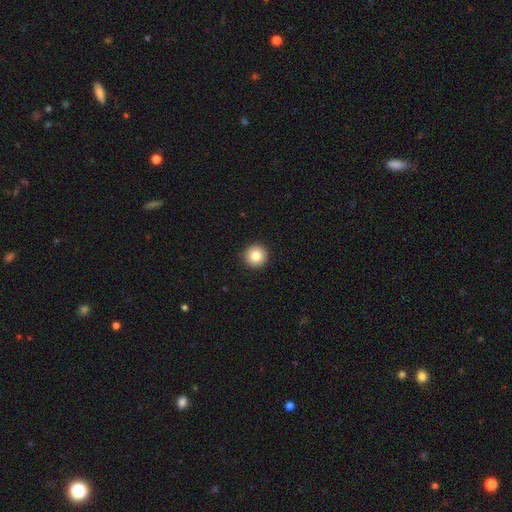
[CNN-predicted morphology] smooth_or_featured: smooth (p=0.85) [alt: star or artifact p=0.09]
how_rounded: round (p=0.96) [alt: in between p=0.03]
merging: none (p=0.93) [alt: minor disturbance p=0.05]